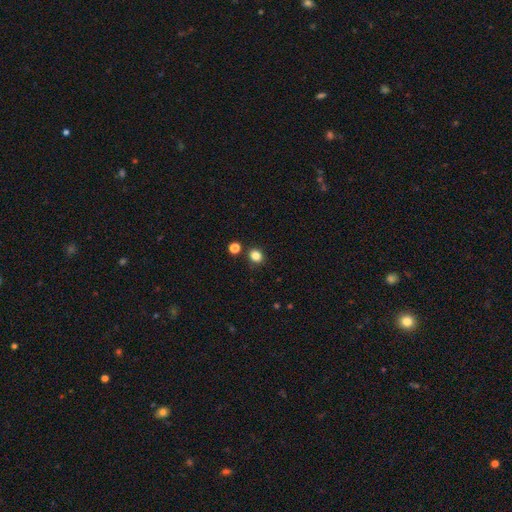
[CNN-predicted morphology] smooth 83%, star or artifact 13%, featured or disk 4%. Down the decision tree: how rounded — round (73%); merging — none (83%).